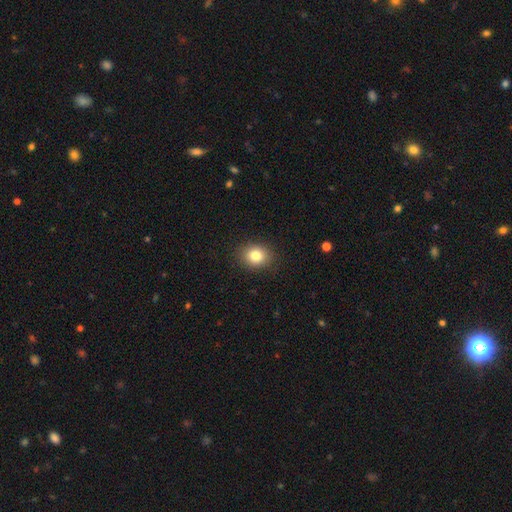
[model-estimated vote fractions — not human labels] The model was most divided on "how rounded": round: 60%, in between: 39%, cigar-shaped: 1%. More confident: merging — none (88%); smooth or featured — smooth (81%).